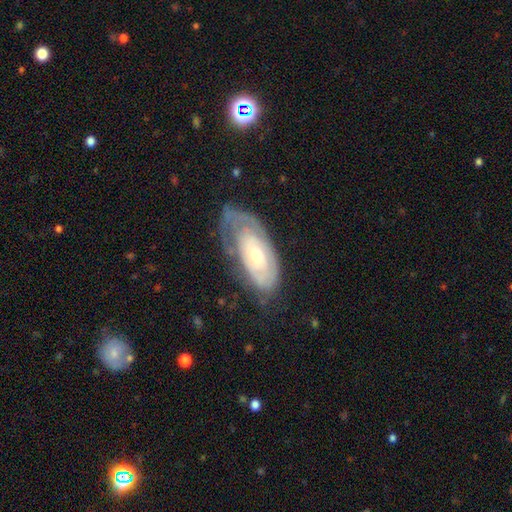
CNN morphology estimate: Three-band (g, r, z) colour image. It shows a featured or disk galaxy (70%) with no bar (78%), spiral arms (72%) and a moderate central bulge (48%). Merging: none (51%).